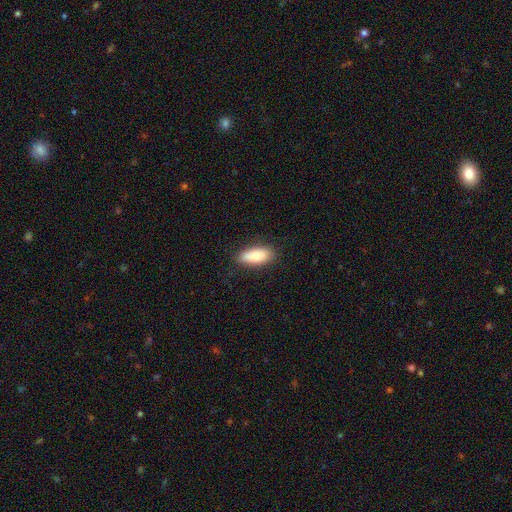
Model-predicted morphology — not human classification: Overall: smooth (84%). How rounded: in between (79%). Merging: none (82%).